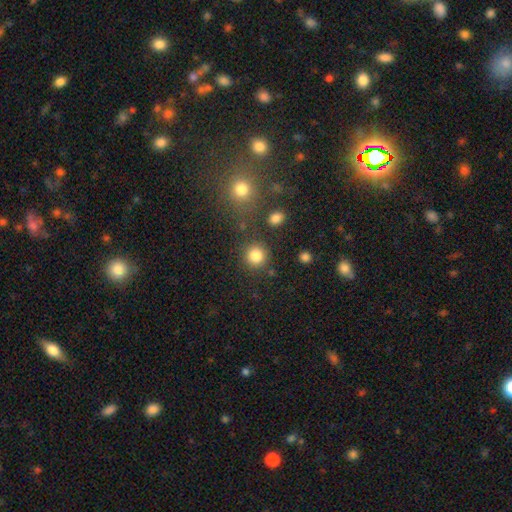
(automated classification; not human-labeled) smooth_or_featured: smooth (p=0.84) [alt: star or artifact p=0.11]
how_rounded: round (p=0.92) [alt: in between p=0.07]
merging: none (p=0.84) [alt: minor disturbance p=0.07]